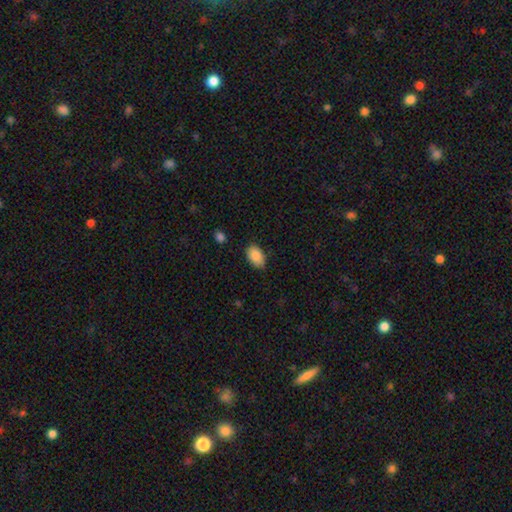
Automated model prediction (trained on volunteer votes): A smooth galaxy with no disk features (88%) that is in between round and cigar-shaped (89%).

Vote fractions:
- Smooth or featured? smooth: 88% / star or artifact: 7% / featured or disk: 5%
- How rounded? in between: 89% / round: 10% / cigar-shaped: 1%
- Merging? none: 82% / minor disturbance: 14% / major disturbance: 3% / merger: 1%